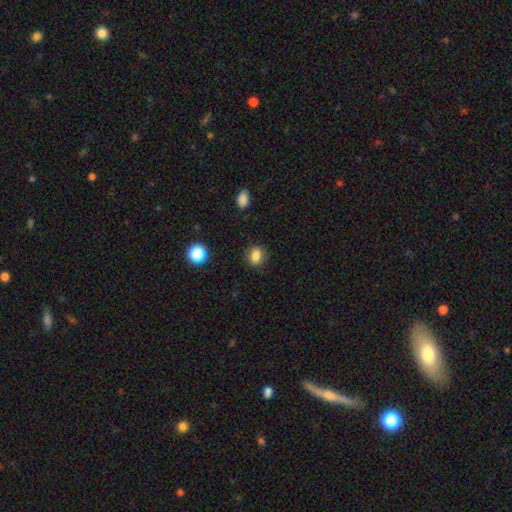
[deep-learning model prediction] Morphology: type=smooth (84%); roundness=round (53%); merging=none (86%).